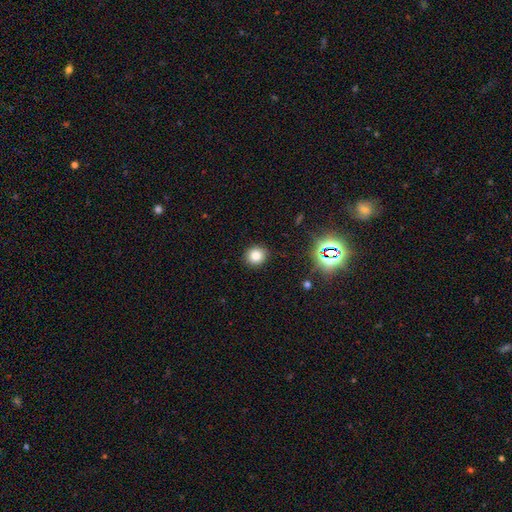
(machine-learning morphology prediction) type=smooth (80%); roundness=round (86%); merging=none (89%).